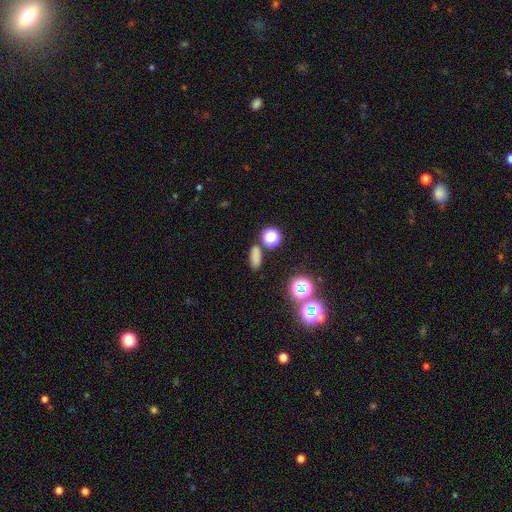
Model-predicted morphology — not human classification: A smooth galaxy with no disk features (73%) that is in between round and cigar-shaped (73%).

Vote fractions:
- Smooth or featured? smooth: 73% / star or artifact: 21% / featured or disk: 6%
- How rounded? in between: 73% / cigar-shaped: 15% / round: 12%
- Merging? none: 80% / minor disturbance: 10% / merger: 6% / major disturbance: 4%